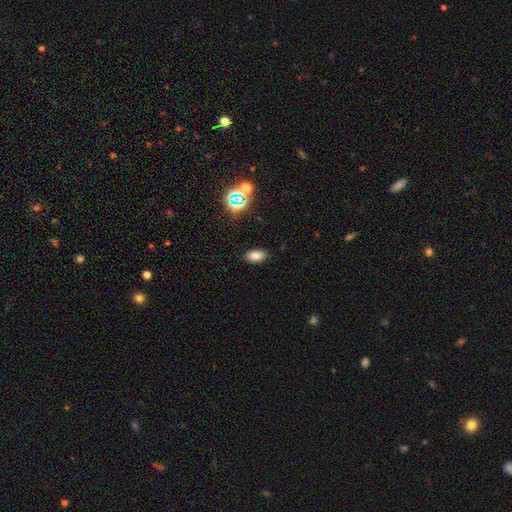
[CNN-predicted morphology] This appears to be a smooth galaxy with no disk features (80%) that is in between round and cigar-shaped (91%). Merging: none (88%).